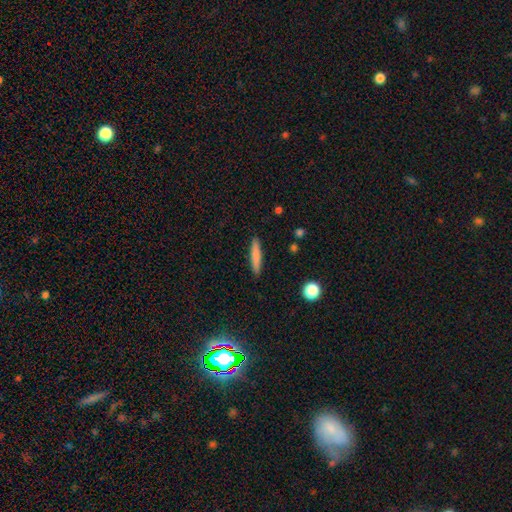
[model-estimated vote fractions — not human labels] This is likely a smooth galaxy (78%). How rounded: clearly cigar-shaped (92%). Merging: clearly none (90%).